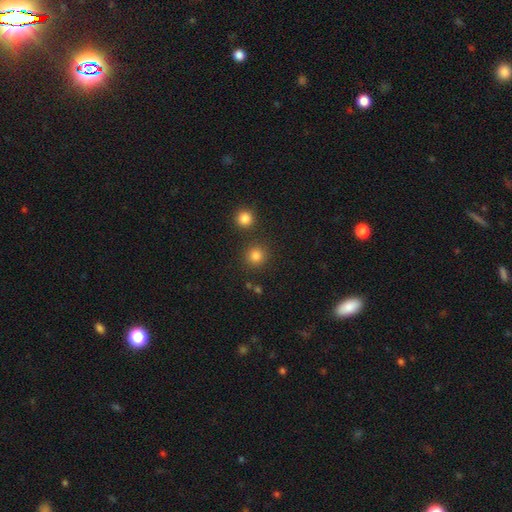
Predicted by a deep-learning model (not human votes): Morphology: type=smooth (83%); roundness=round (93%); merging=none (84%).